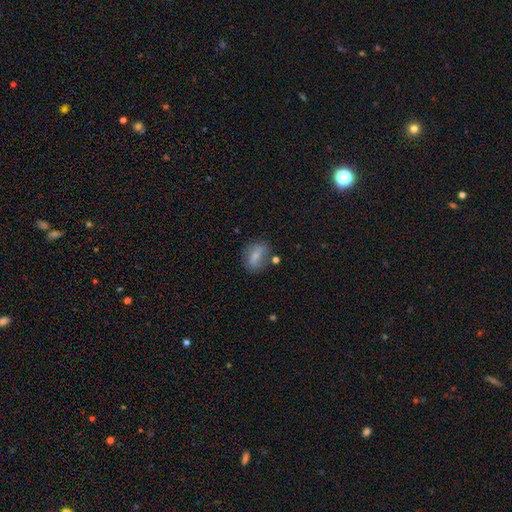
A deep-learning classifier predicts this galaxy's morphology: This appears to be a smooth galaxy with no disk features (64%) that is in between round and cigar-shaped (67%). Merging: none (64%).